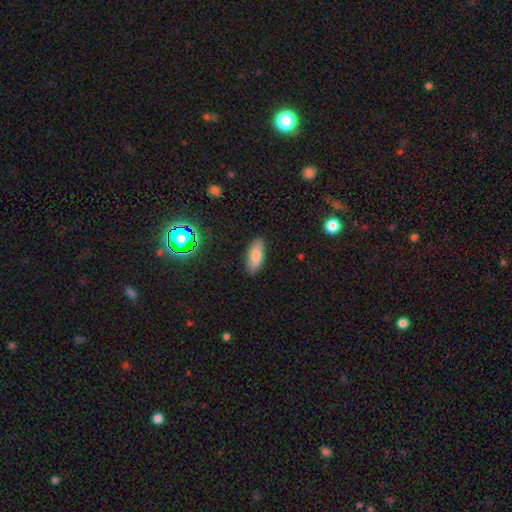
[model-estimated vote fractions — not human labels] A smooth galaxy with no disk features (79%) that is in between round and cigar-shaped (84%). Merging: none (86%).